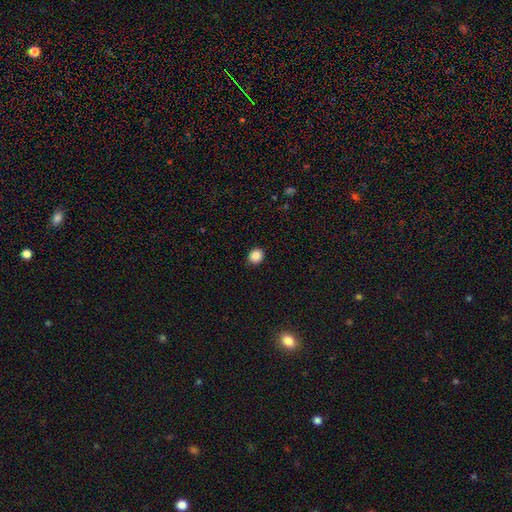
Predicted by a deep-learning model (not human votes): Smooth or featured? smooth (87%)
How rounded? round (67%)
Merging? none (89%)